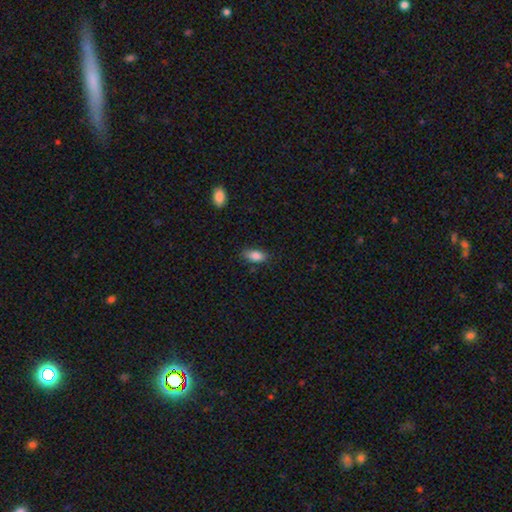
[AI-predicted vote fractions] Smooth or featured? smooth (86%)
How rounded? in between (89%)
Merging? none (80%)